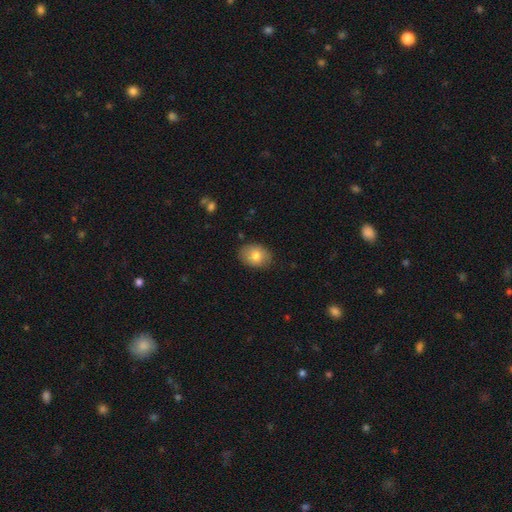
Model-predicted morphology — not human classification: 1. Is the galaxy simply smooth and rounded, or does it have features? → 81% smooth, 12% featured or disk, 8% star or artifact.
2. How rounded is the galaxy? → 69% in between, 30% round, 1% cigar-shaped.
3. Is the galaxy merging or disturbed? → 84% none, 12% minor disturbance, 3% major disturbance, 1% merger.